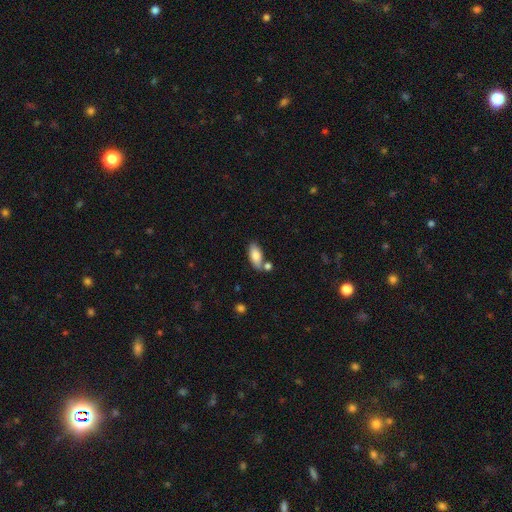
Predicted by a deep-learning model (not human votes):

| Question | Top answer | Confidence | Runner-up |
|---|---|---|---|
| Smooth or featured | smooth | 81% | featured or disk (12%) |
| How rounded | in between | 85% | cigar-shaped (12%) |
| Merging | none | 64% | merger (17%) |